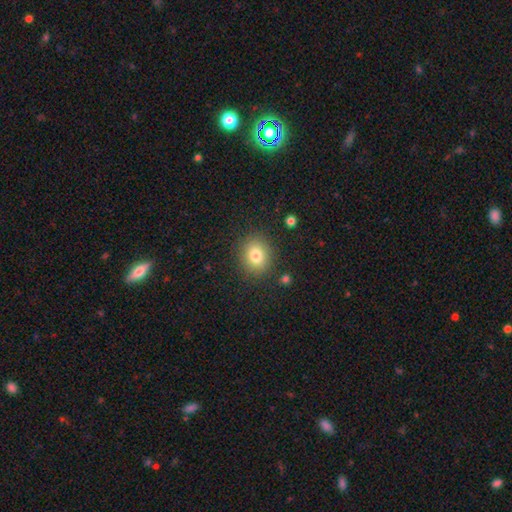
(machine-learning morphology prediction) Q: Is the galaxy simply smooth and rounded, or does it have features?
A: smooth — 79%.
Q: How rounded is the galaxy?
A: round — 61%.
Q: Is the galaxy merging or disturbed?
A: none — 86%.